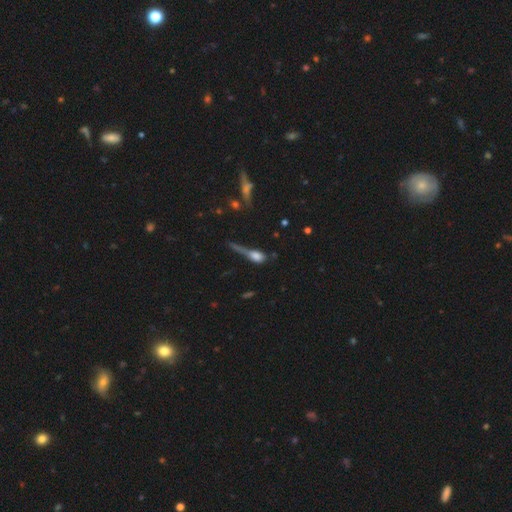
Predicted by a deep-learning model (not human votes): smooth_or_featured: smooth (p=0.61) [alt: featured or disk p=0.24]
how_rounded: in between (p=0.55) [alt: cigar-shaped p=0.29]
merging: major disturbance (p=0.37) [alt: none p=0.26]